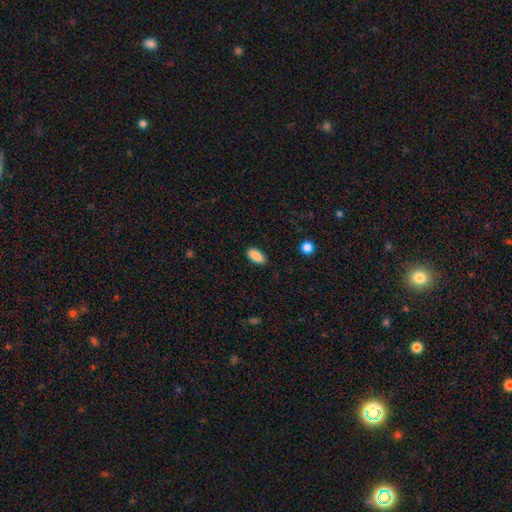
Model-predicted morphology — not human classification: Smooth or featured: smooth — 89% (star or artifact — 7%)
How rounded: in between — 91% (cigar-shaped — 6%)
Merging: none — 86% (minor disturbance — 11%)